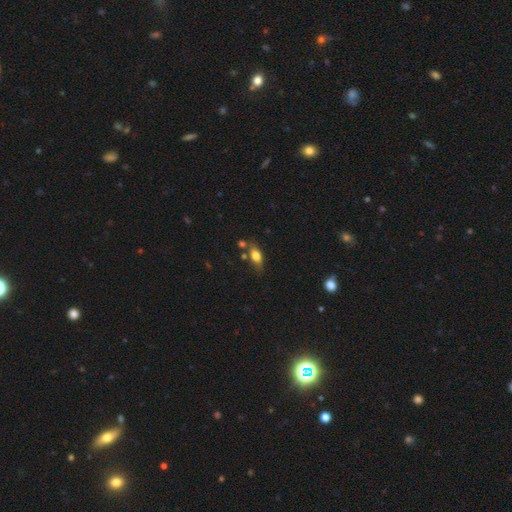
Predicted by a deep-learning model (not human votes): This appears to be a smooth galaxy with no disk features (75%) that is in between round and cigar-shaped (81%). Merging: none (62%).